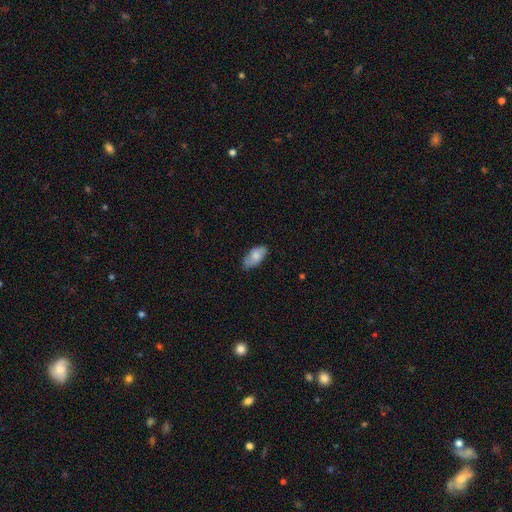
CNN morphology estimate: This is likely a smooth galaxy (76%). How rounded: clearly in between (91%). Merging: likely none (72%).